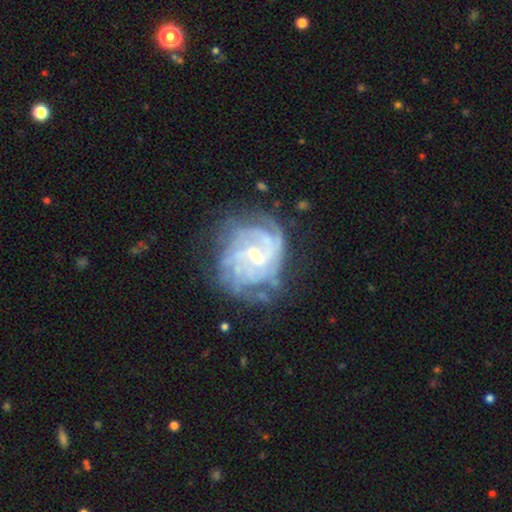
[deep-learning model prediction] This appears to be a featured or disk galaxy (85%) with a weak bar (57%), tight (58%) spiral arms (92%) and a small central bulge (47%). Merging: none (61%).